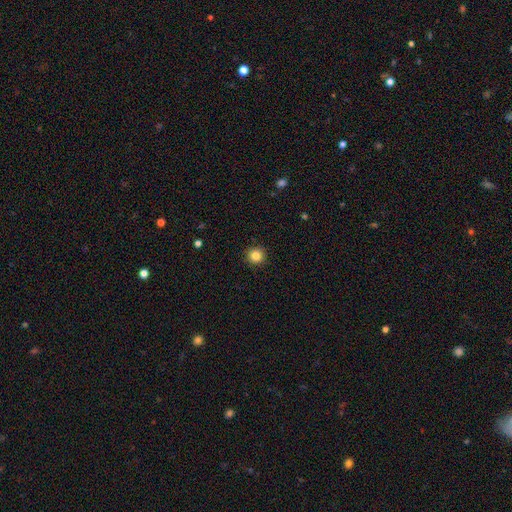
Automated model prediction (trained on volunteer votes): Smooth or featured? smooth (84%)
How rounded? round (95%)
Merging? none (92%)